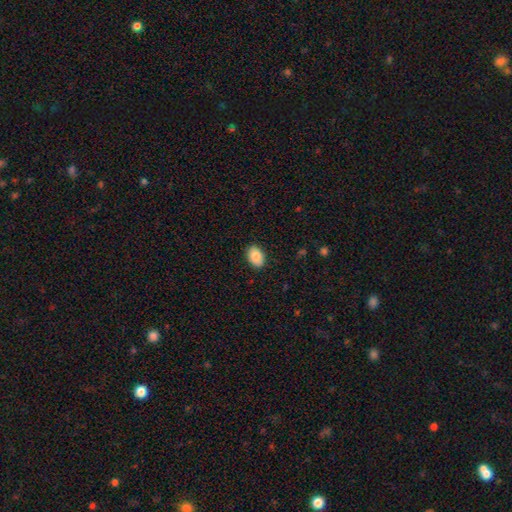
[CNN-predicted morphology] smooth 85%, featured or disk 8%, star or artifact 7%. Down the decision tree: how rounded — in between (85%); merging — none (89%).